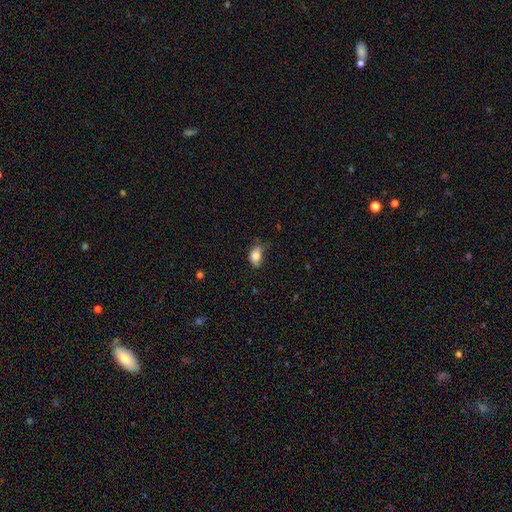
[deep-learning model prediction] The model was most divided on "merging": none: 52%, minor disturbance: 36%, major disturbance: 10%, merger: 2%. More confident: how rounded — in between (85%); smooth or featured — smooth (83%).